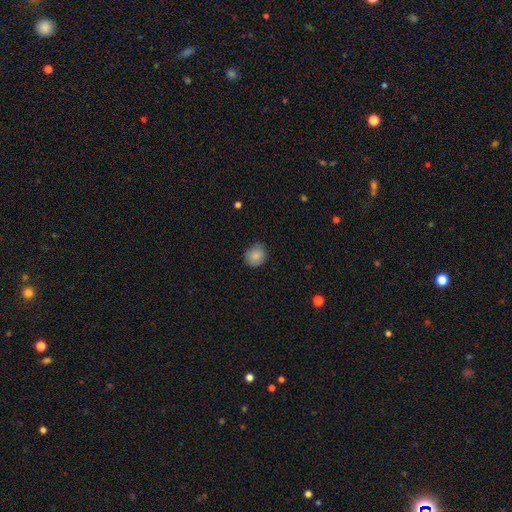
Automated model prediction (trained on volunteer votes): This appears to be a smooth galaxy with no disk features (86%) that is round (75%). Merging: none (84%).